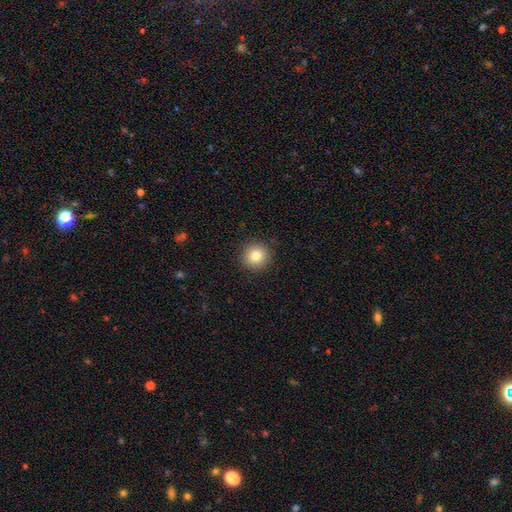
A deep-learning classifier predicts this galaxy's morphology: A smooth galaxy with no disk features (83%) that is round (95%). Merging: none (92%).